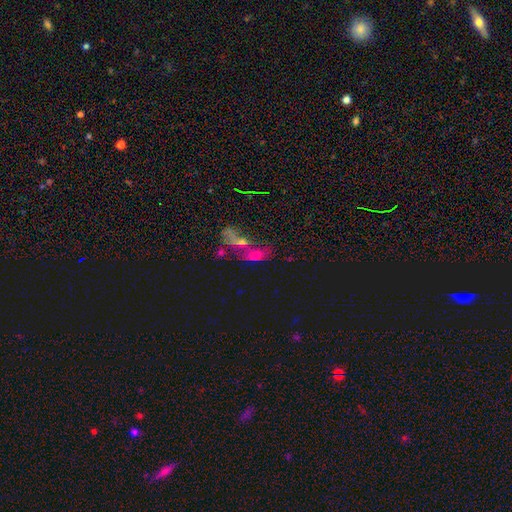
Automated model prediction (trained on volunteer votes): A smooth galaxy with no disk features (41%). Merging: merger (56%).